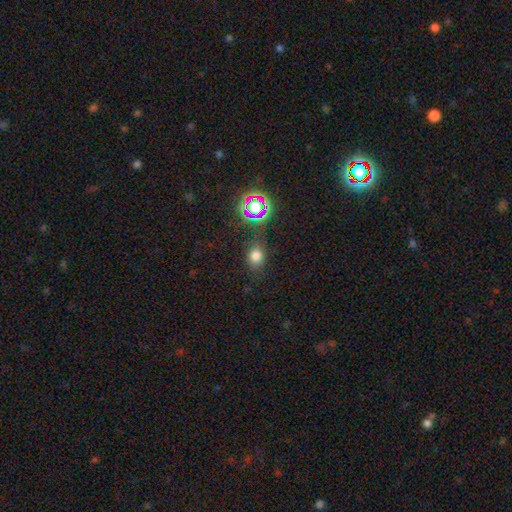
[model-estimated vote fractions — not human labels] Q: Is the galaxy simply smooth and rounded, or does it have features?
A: smooth — 69%.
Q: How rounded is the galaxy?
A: in between — 54%.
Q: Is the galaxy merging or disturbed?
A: none — 78%.